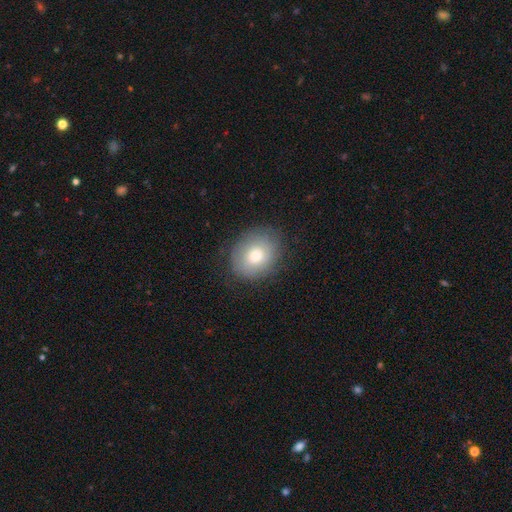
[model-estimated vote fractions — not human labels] A smooth galaxy with no disk features (69%) that is round (55%).

Vote fractions:
- Smooth or featured? smooth: 69% / featured or disk: 22% / star or artifact: 9%
- How rounded? round: 55% / in between: 44% / cigar-shaped: 1%
- Merging? none: 80% / minor disturbance: 14% / major disturbance: 5% / merger: 1%